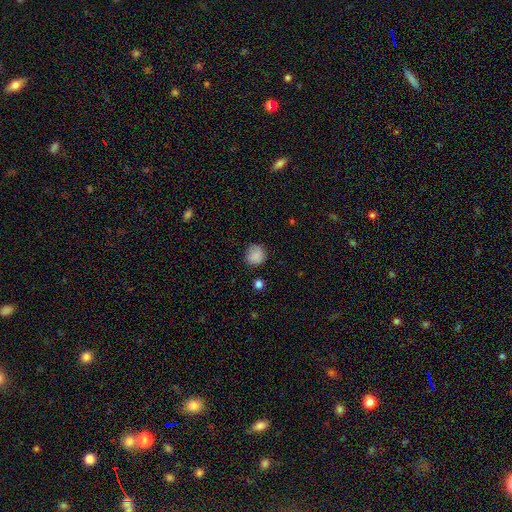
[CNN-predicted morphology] A smooth galaxy with no disk features (86%) that is round (89%). Merging: none (78%).